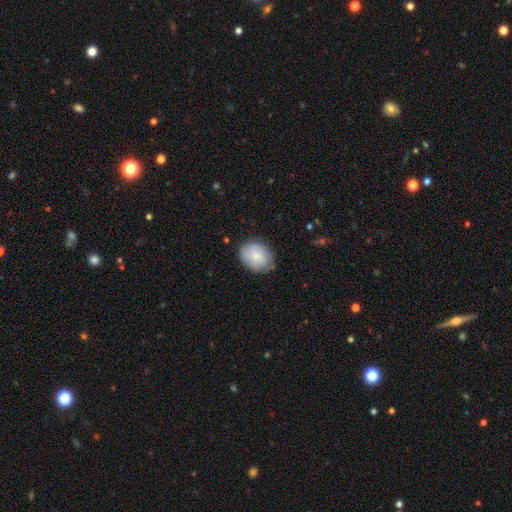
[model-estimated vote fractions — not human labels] Morphology: type=smooth (74%); roundness=in between (62%); merging=none (73%).